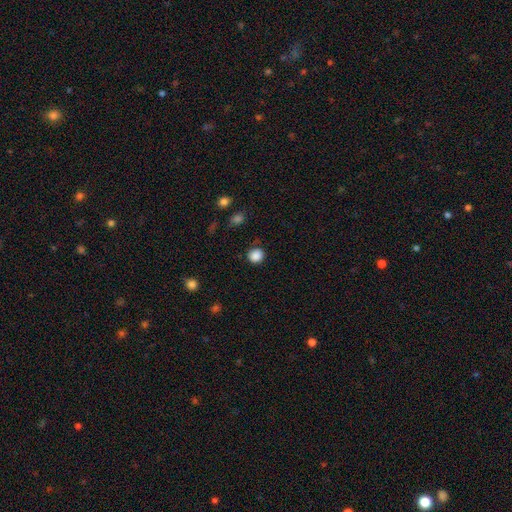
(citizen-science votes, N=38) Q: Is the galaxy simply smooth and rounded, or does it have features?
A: smooth — 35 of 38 (92%).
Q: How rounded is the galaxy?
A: round — 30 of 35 (86%).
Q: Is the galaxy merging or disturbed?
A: none — 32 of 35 (91%).